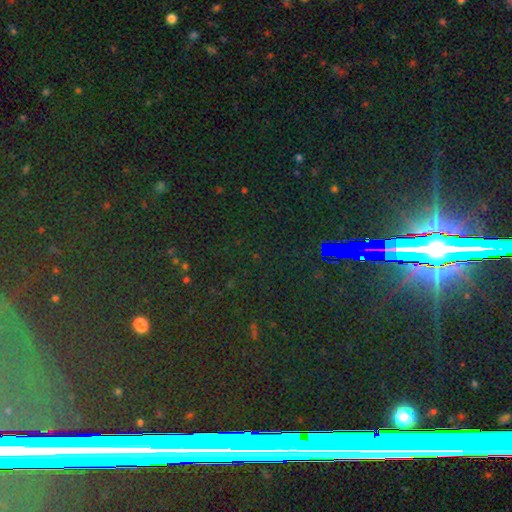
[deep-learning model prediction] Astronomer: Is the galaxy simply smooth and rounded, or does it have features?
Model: star or artifact — 83%.